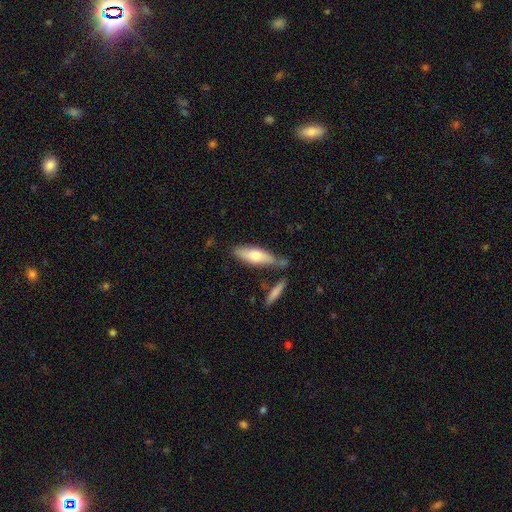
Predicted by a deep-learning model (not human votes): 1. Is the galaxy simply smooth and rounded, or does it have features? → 64% smooth, 30% featured or disk, 6% star or artifact.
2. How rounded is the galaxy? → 51% cigar-shaped, 47% in between, 2% round.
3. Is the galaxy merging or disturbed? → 66% none, 18% minor disturbance, 12% merger, 4% major disturbance.